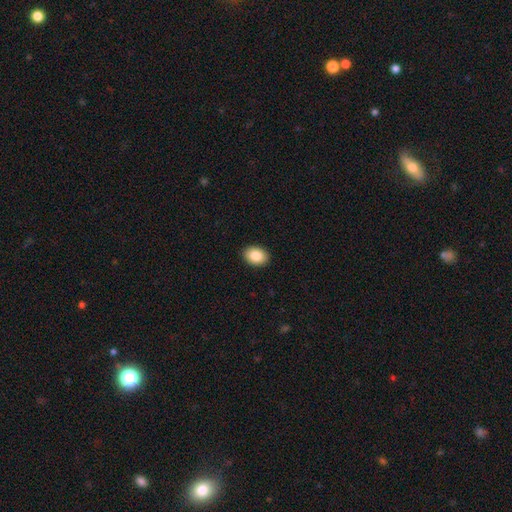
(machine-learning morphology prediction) A smooth galaxy with no disk features (87%) that is in between round and cigar-shaped (75%).

Vote fractions:
- Smooth or featured? smooth: 87% / star or artifact: 7% / featured or disk: 6%
- How rounded? in between: 75% / round: 24% / cigar-shaped: 1%
- Merging? none: 91% / minor disturbance: 6% / major disturbance: 2% / merger: 1%